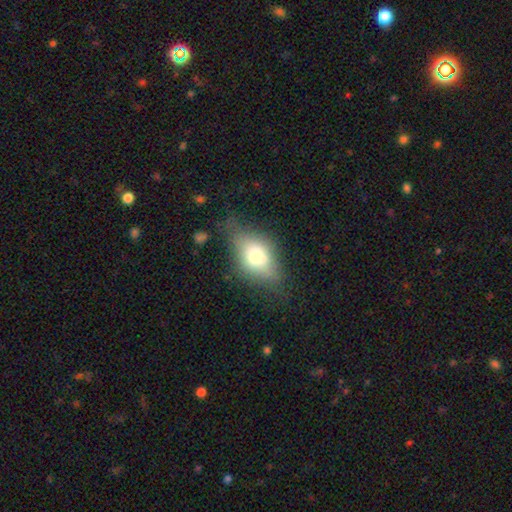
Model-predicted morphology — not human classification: Q: Smooth or featured?
A: smooth (60%); runner-up: featured or disk (30%)
Q: How rounded?
A: in between (78%); runner-up: round (17%)
Q: Merging?
A: none (49%); runner-up: minor disturbance (26%)